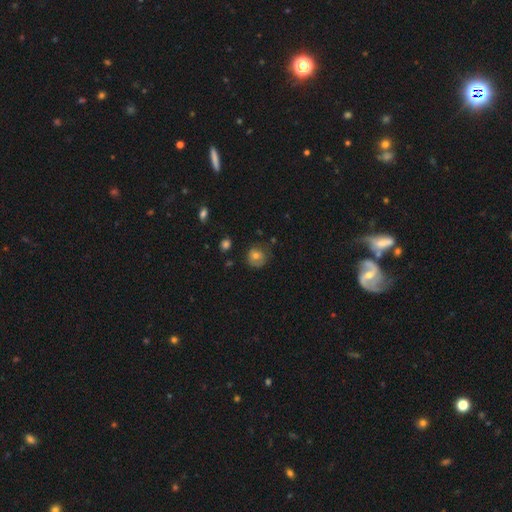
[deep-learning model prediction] Smooth or featured: smooth — 70% (featured or disk — 19%)
How rounded: round — 85% (in between — 14%)
Merging: none — 67% (minor disturbance — 24%)